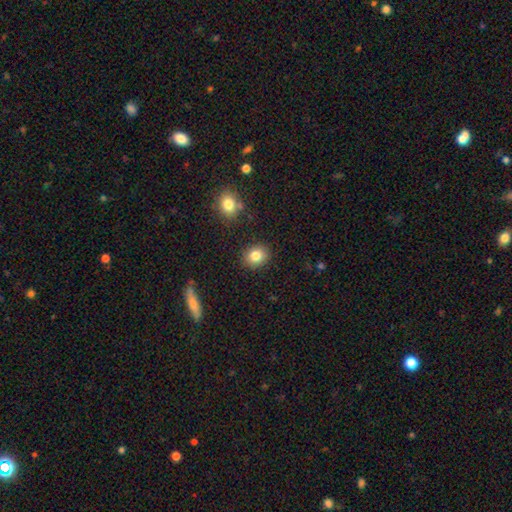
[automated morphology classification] A smooth galaxy with no disk features (83%) that is round (69%). Merging: none (89%).